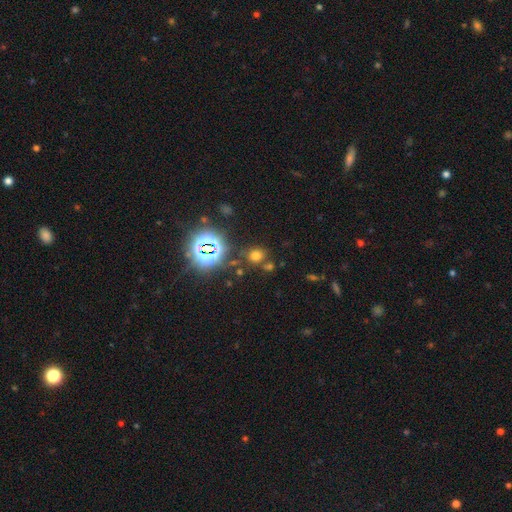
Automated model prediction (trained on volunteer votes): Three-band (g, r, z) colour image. It shows a smooth galaxy with no disk features (59%) that is round (76%). Merging: none (75%).